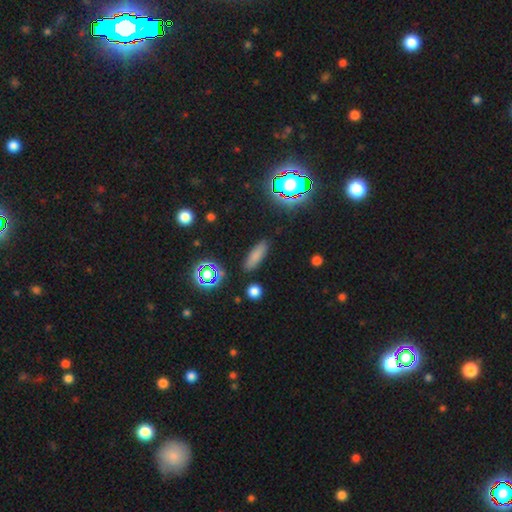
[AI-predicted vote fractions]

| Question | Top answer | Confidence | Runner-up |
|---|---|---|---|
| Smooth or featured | smooth | 73% | star or artifact (16%) |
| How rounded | cigar-shaped | 55% | in between (41%) |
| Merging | none | 86% | minor disturbance (9%) |